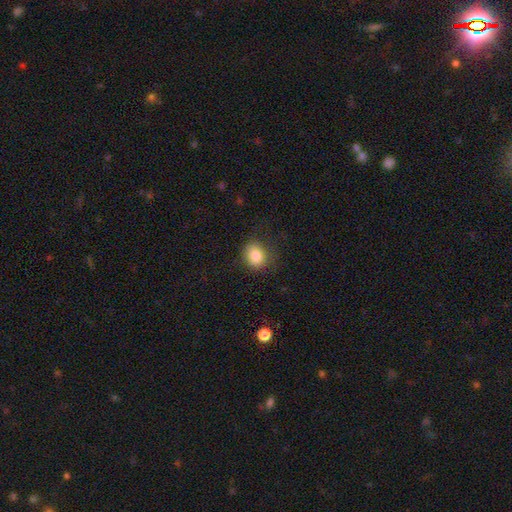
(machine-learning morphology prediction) Smooth or featured: smooth — 83% (star or artifact — 10%)
How rounded: round — 60% (in between — 39%)
Merging: none — 79% (minor disturbance — 15%)